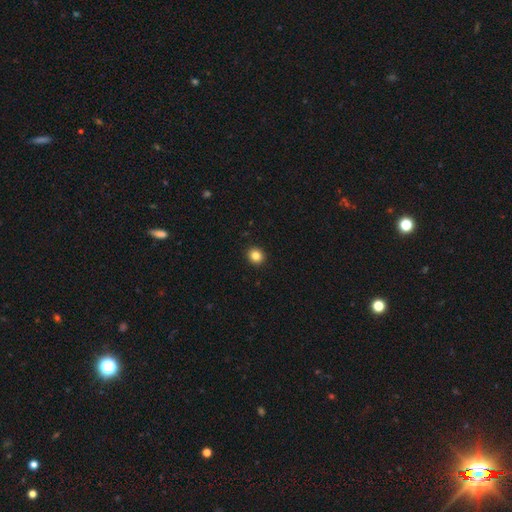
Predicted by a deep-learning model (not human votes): Smooth or featured? Predicted: smooth (p=0.84). How rounded? Predicted: round (p=0.88). Merging? Predicted: none (p=0.93).